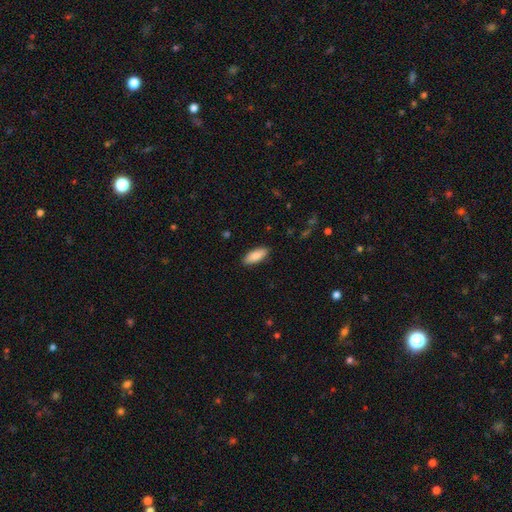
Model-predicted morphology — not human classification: smooth 87%, featured or disk 7%, star or artifact 6%. Down the decision tree: how rounded — in between (79%); merging — none (89%).